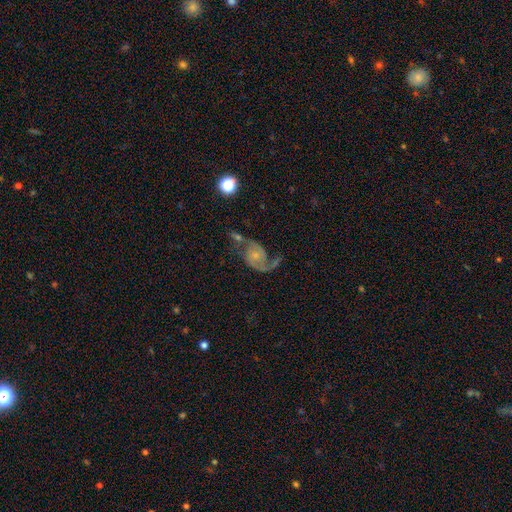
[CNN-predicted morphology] Overall: featured or disk (87%). Edge-on disk: no (98%). Bar: no (71%). Spiral arms: yes (96%). Spiral arm count: 2 (87%). Spiral winding: loose (46%; medium 42%). Bulge size: small (62%; moderate 27%). Merging: none (46%; major disturbance 19%).